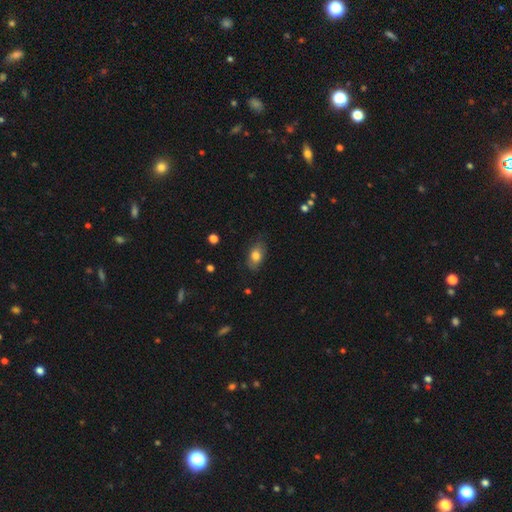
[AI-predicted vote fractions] Smooth or featured? Predicted: smooth (p=0.77). How rounded? Predicted: in between (p=0.89). Merging? Predicted: none (p=0.77).